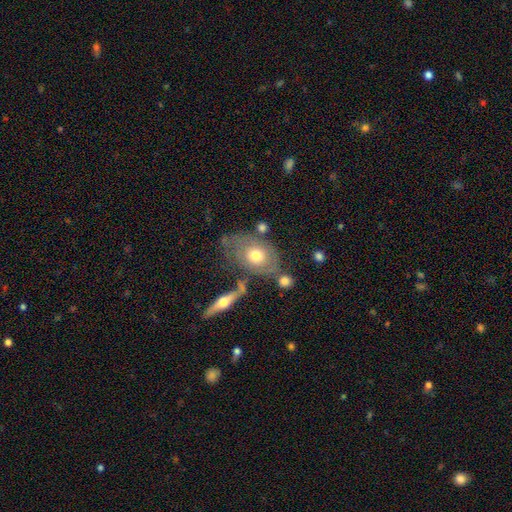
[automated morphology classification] Smooth or featured? smooth (54%)
How rounded? in between (70%)
Merging? none (46%)